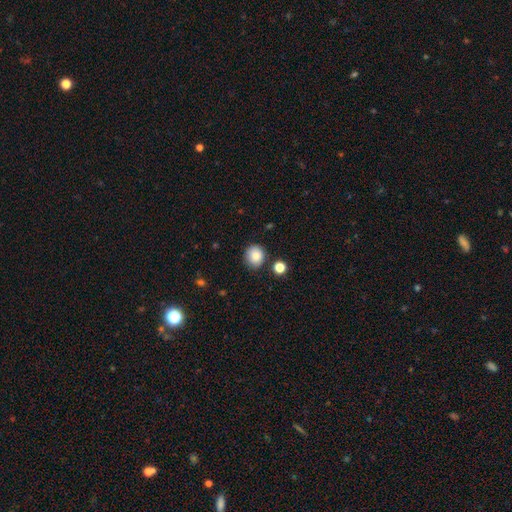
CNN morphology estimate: smooth_or_featured: smooth (p=0.85) [alt: star or artifact p=0.09]
how_rounded: round (p=0.82) [alt: in between p=0.17]
merging: none (p=0.83) [alt: minor disturbance p=0.10]